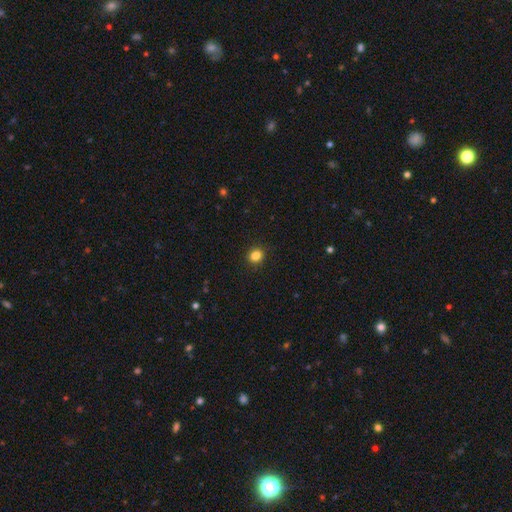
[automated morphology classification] Smooth or featured: smooth — 84% (star or artifact — 12%)
How rounded: round — 82% (in between — 17%)
Merging: none — 91% (minor disturbance — 6%)